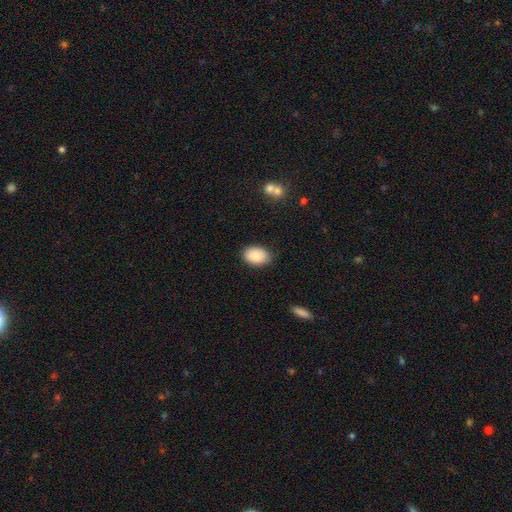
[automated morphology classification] smooth-or-featured: smooth: 87% | star or artifact: 7% | featured or disk: 6%
  how-rounded: in between: 84% | round: 15% | cigar-shaped: 1%
  merging: none: 83% | minor disturbance: 13% | major disturbance: 2% | merger: 1%